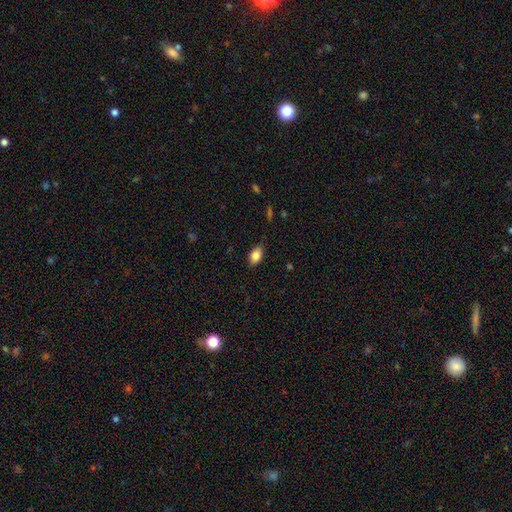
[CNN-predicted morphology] smooth 85%, star or artifact 8%, featured or disk 7%. Down the decision tree: how rounded — in between (88%); merging — none (82%).